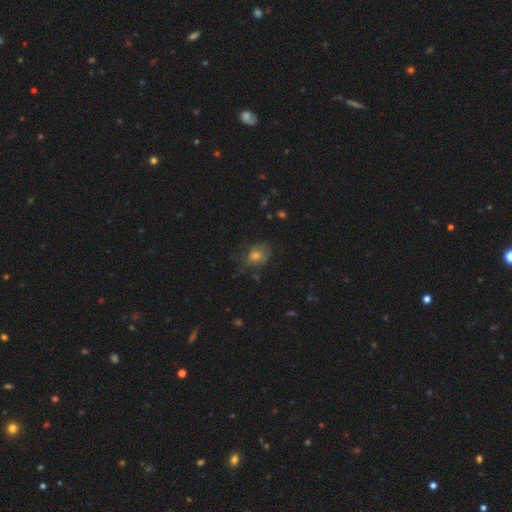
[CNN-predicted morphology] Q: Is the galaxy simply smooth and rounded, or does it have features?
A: smooth — 58%.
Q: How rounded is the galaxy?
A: in between — 56%.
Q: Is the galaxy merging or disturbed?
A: none — 56%.